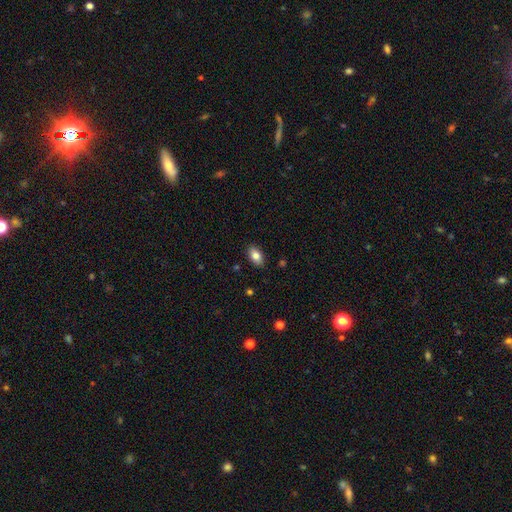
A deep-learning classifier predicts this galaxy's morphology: type=smooth (83%); roundness=in between (91%); merging=none (88%).